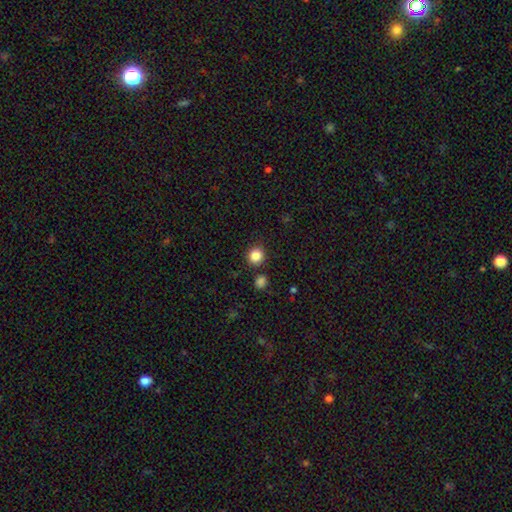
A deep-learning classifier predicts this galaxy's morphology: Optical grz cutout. It shows a smooth galaxy with no disk features (85%) that is round (89%). Merging: none (85%).